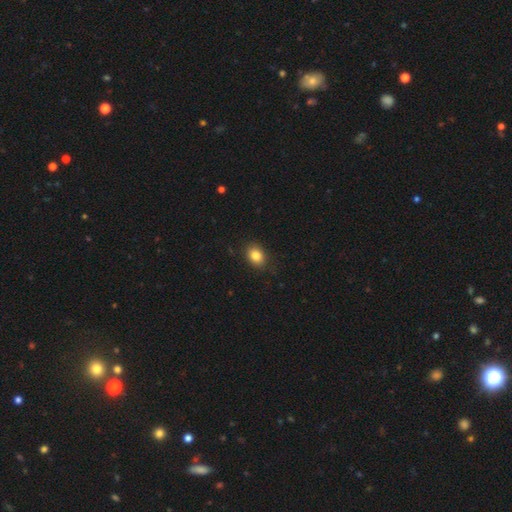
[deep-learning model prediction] A smooth galaxy with no disk features (84%) that is in between round and cigar-shaped (62%). Merging: none (86%).